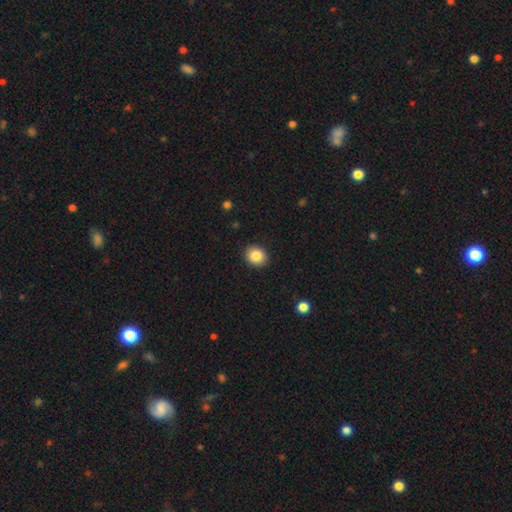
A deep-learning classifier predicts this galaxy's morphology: A smooth galaxy with no disk features (85%) that is round (70%). Merging: none (91%).